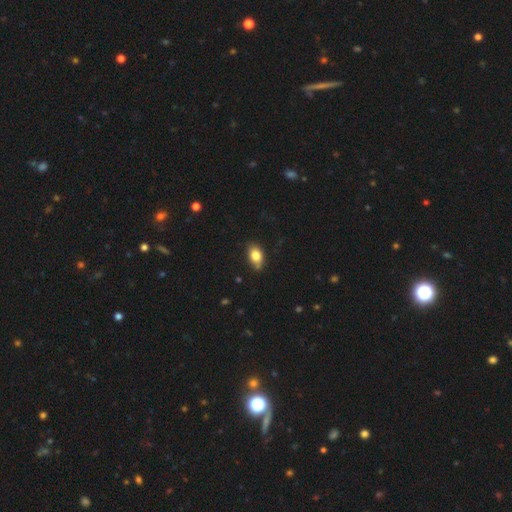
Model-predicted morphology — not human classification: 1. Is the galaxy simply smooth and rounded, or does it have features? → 81% smooth, 11% featured or disk, 8% star or artifact.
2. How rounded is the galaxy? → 85% in between, 13% round, 2% cigar-shaped.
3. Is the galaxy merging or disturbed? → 73% none, 22% minor disturbance, 4% major disturbance, 2% merger.